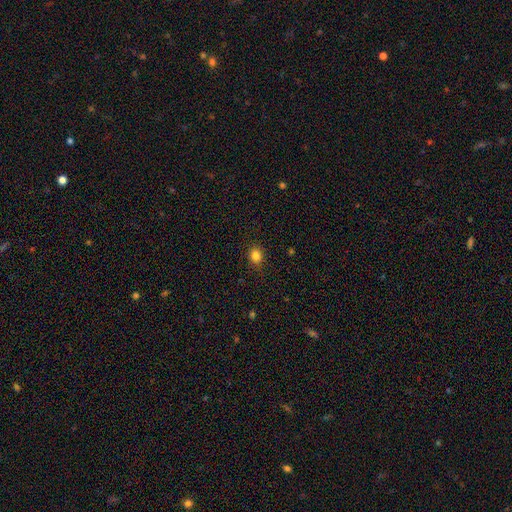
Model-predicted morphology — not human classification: smooth 84%, star or artifact 12%, featured or disk 4%. Down the decision tree: how rounded — round (63%); merging — none (88%).